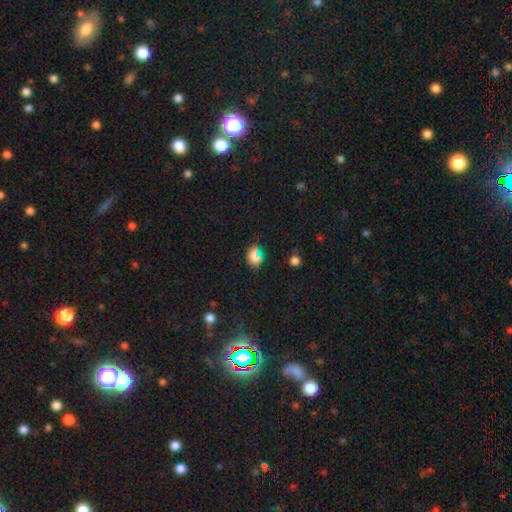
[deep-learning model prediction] smooth-or-featured: smooth: 73% | star or artifact: 18% | featured or disk: 8%
  how-rounded: round: 61% | in between: 37% | cigar-shaped: 2%
  merging: none: 78% | minor disturbance: 13% | merger: 5% | major disturbance: 3%